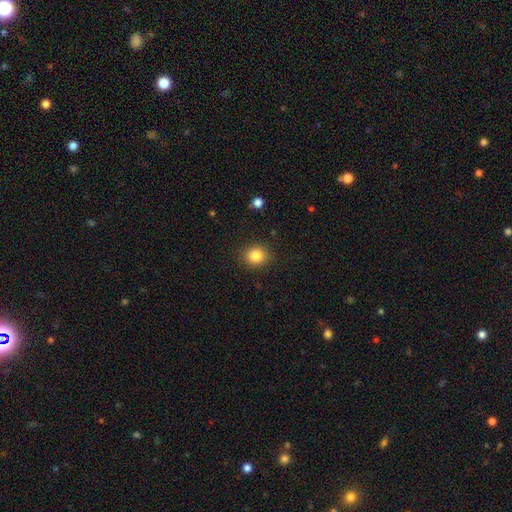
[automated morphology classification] A smooth galaxy with no disk features (83%) that is round (82%).

Vote fractions:
- Smooth or featured? smooth: 83% / star or artifact: 11% / featured or disk: 6%
- How rounded? round: 82% / in between: 17% / cigar-shaped: 1%
- Merging? none: 89% / minor disturbance: 7% / major disturbance: 2% / merger: 1%